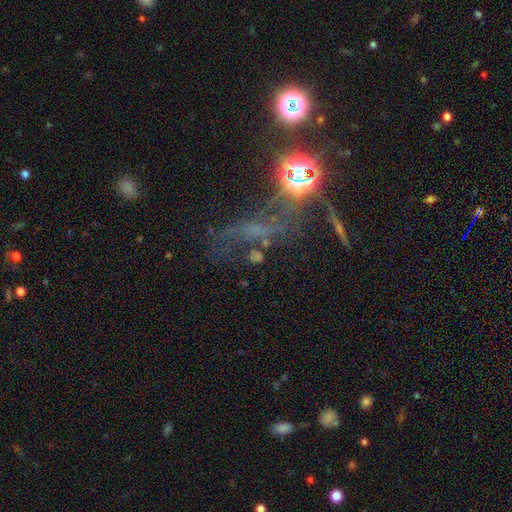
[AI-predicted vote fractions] Smooth or featured? star or artifact (40%)